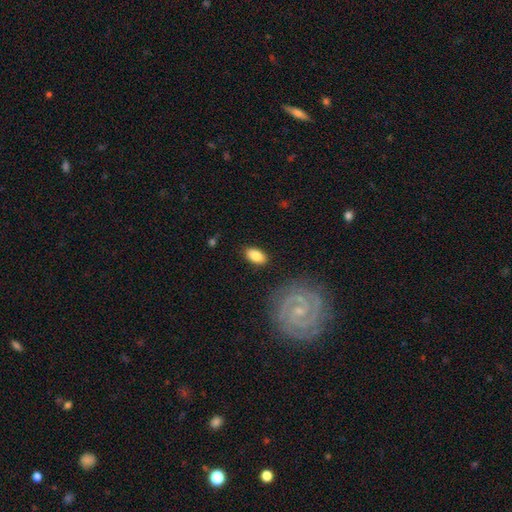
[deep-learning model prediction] This is clearly a smooth galaxy (82%). How rounded: clearly in between (92%). Merging: clearly none (84%).